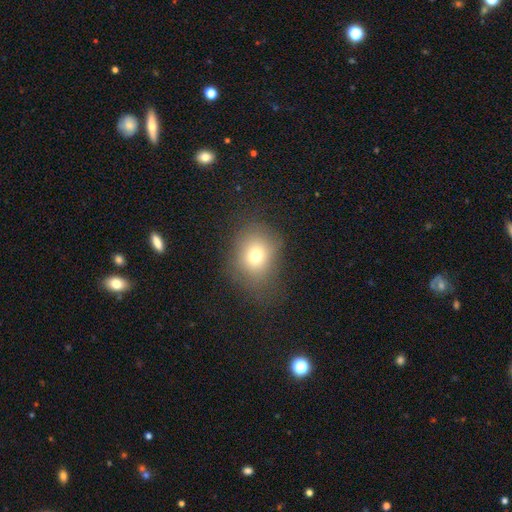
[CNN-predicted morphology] smooth 72%, star or artifact 15%, featured or disk 13%. Down the decision tree: how rounded — round (59%); merging — none (70%).